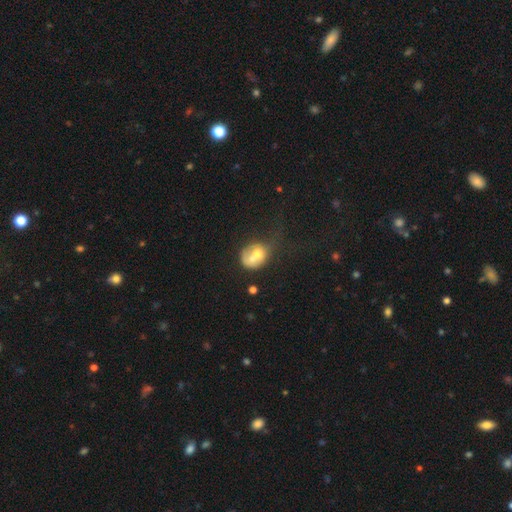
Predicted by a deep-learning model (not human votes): Q: Smooth or featured?
A: smooth (58%); runner-up: featured or disk (33%)
Q: How rounded?
A: round (54%); runner-up: in between (45%)
Q: Merging?
A: merger (52%); runner-up: none (20%)